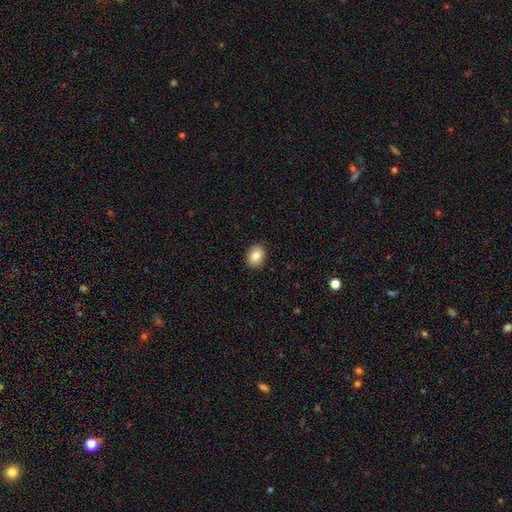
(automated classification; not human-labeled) Smooth or featured? Predicted: smooth (p=0.84). How rounded? Predicted: in between (p=0.62). Merging? Predicted: none (p=0.90).